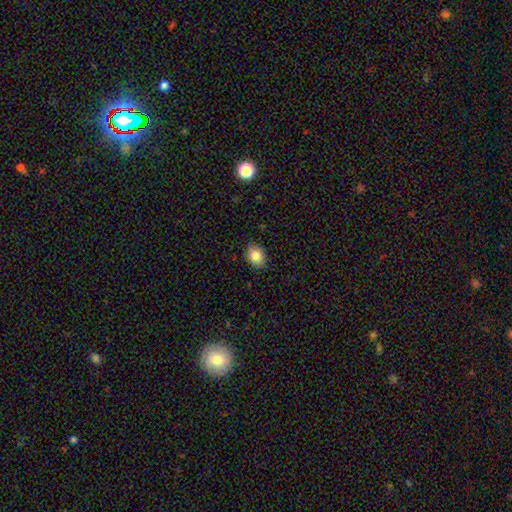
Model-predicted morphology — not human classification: smooth 84%, star or artifact 9%, featured or disk 7%. Down the decision tree: how rounded — in between (52%); merging — none (87%).